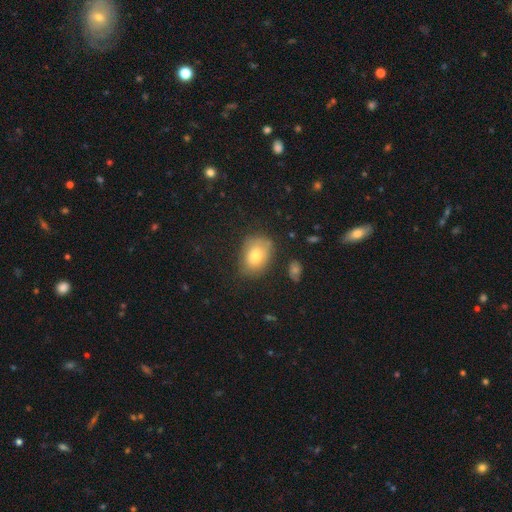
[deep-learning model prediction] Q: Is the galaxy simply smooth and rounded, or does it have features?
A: smooth — 74%.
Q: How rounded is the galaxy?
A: in between — 76%.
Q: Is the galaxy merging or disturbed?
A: none — 72%.